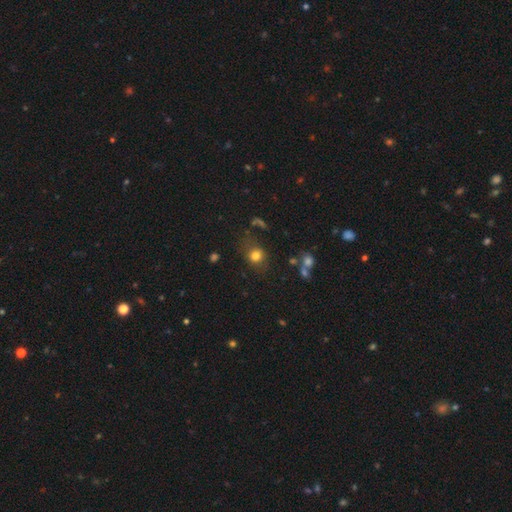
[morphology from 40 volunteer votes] type=smooth (88%); roundness=round (63%); merging=none (59%).